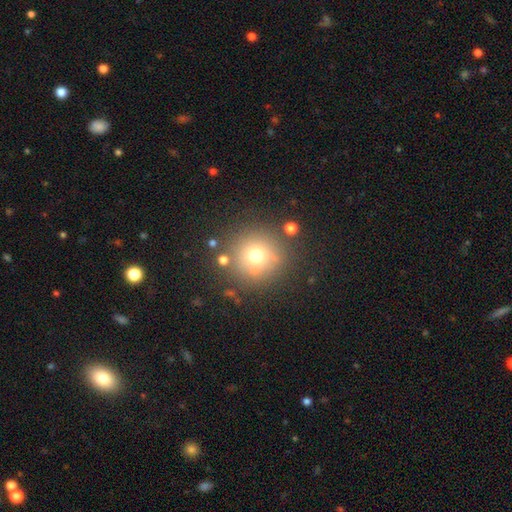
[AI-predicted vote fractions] This is likely a smooth galaxy (68%). How rounded: clearly round (94%). Merging: likely none (78%).